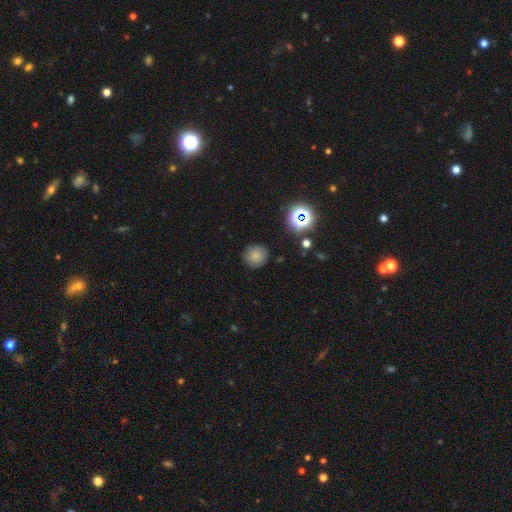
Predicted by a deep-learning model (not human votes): Smooth or featured?
  - smooth: 75% *
  - star or artifact: 16%
  - featured or disk: 9%
How rounded?
  - round: 91% *
  - in between: 8%
  - cigar-shaped: 1%
Merging?
  - none: 85% *
  - minor disturbance: 10%
  - major disturbance: 3%
  - merger: 2%